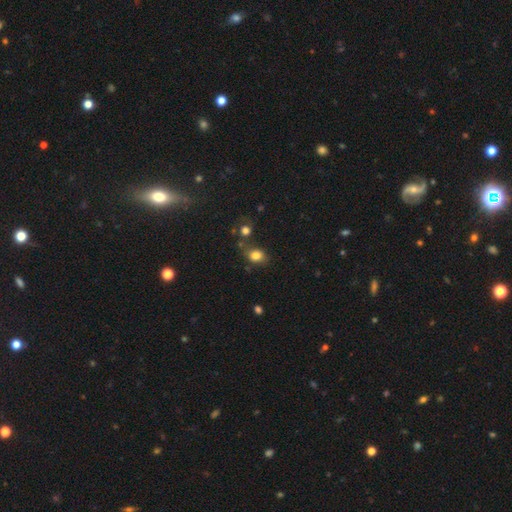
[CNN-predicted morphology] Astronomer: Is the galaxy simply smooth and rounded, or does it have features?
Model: smooth — 81%.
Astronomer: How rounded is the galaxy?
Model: in between — 53% (runner-up: round, 45%).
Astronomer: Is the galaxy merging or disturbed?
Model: none — 63%.